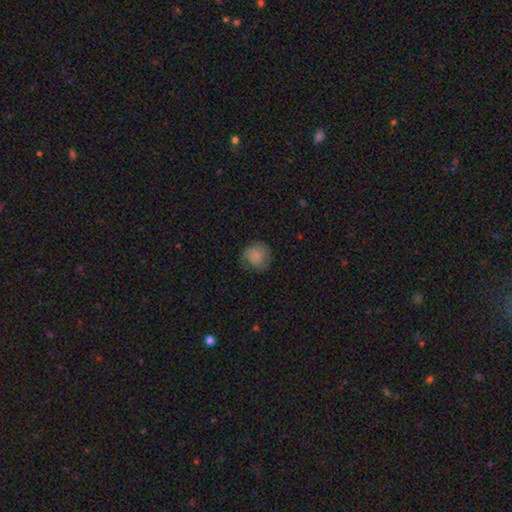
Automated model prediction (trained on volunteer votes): smooth-or-featured: smooth: 68% | featured or disk: 24% | star or artifact: 9%
  how-rounded: round: 85% | in between: 14% | cigar-shaped: 1%
  merging: none: 65% | minor disturbance: 23% | major disturbance: 11% | merger: 1%